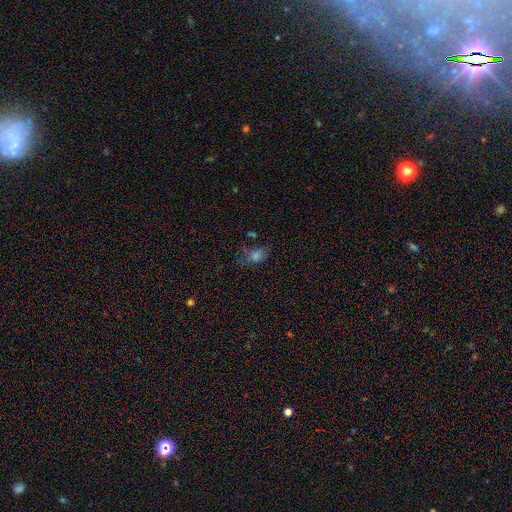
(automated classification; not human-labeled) Overall: smooth (61%; star or artifact 26%). How rounded: in between (68%; round 30%). Merging: none (57%; minor disturbance 23%).